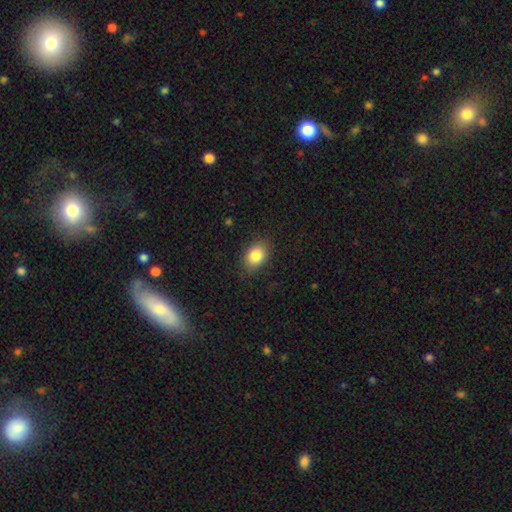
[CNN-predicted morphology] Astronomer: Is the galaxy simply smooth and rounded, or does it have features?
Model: smooth — 84%.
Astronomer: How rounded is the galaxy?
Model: in between — 70%.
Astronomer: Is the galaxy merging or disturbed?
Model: none — 85%.